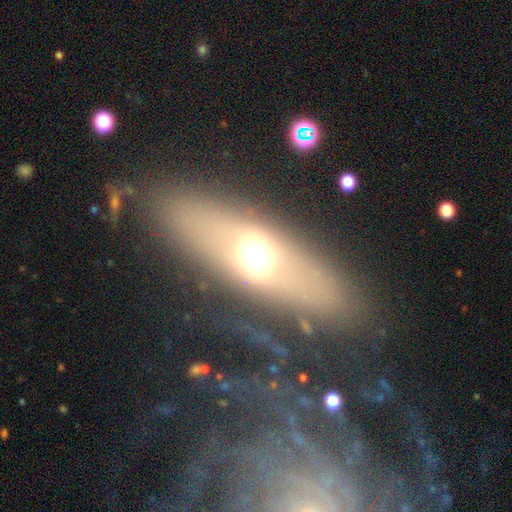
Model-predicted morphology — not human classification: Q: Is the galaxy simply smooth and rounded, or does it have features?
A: smooth — 45%.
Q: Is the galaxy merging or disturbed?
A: none — 78%.